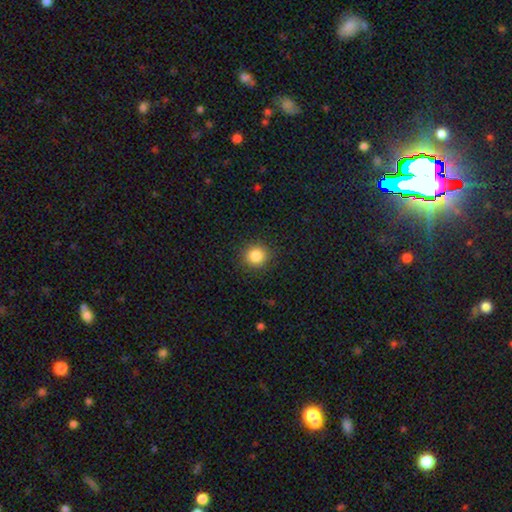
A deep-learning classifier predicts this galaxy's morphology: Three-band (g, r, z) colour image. It shows a smooth galaxy with no disk features (85%) that is round (91%). Merging: none (90%).